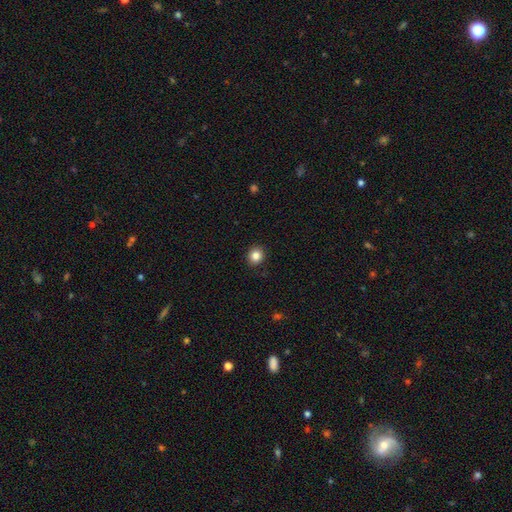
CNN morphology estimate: Smooth or featured? smooth (84%)
How rounded? round (81%)
Merging? none (91%)